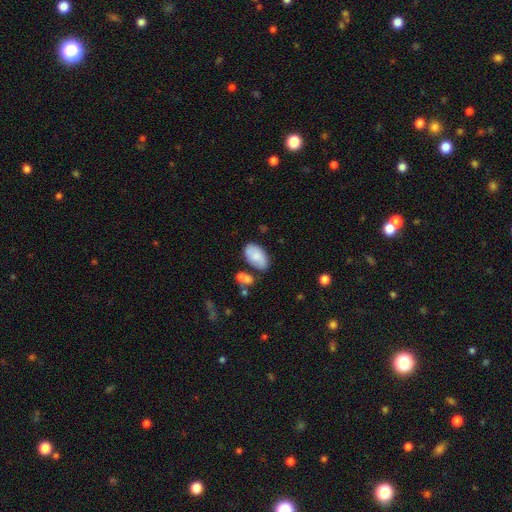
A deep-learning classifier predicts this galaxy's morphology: This is likely a smooth galaxy (80%). How rounded: clearly in between (94%). Merging: likely none (63%).